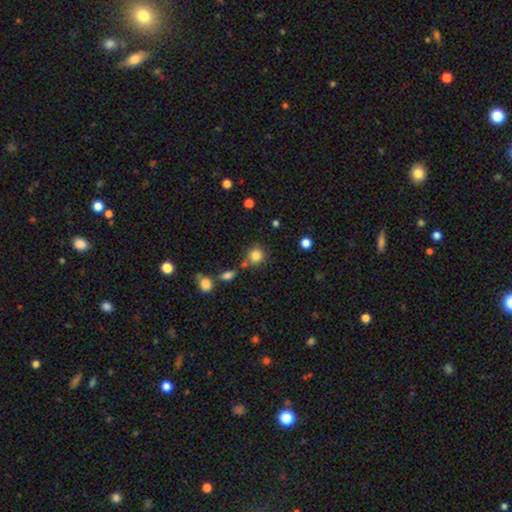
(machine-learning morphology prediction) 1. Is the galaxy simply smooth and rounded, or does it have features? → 83% smooth, 11% star or artifact, 6% featured or disk.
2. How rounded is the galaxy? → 87% round, 12% in between, 1% cigar-shaped.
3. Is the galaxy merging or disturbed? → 69% none, 14% merger, 13% minor disturbance, 4% major disturbance.